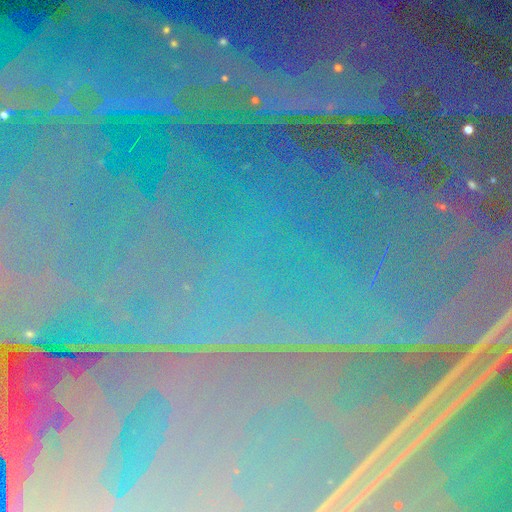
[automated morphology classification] smooth_or_featured: star or artifact (p=0.89) [alt: featured or disk p=0.06]